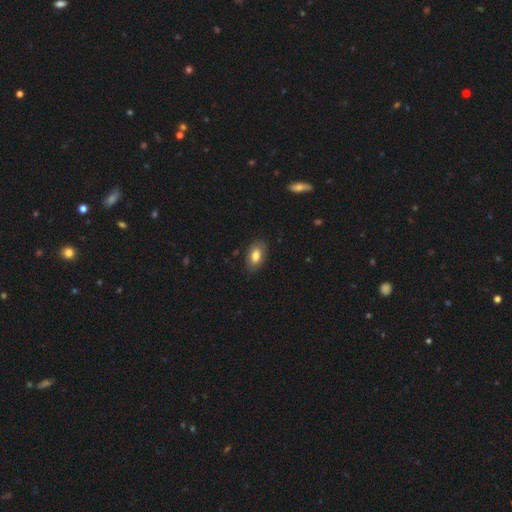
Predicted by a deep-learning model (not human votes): Smooth or featured? smooth (79%)
How rounded? in between (92%)
Merging? none (84%)